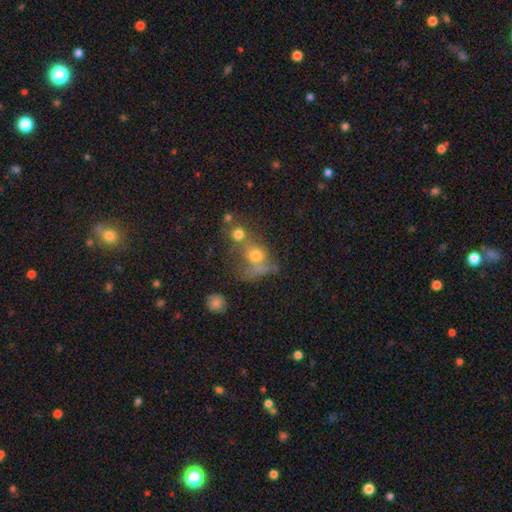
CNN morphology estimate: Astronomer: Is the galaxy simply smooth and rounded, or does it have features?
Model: smooth — 60%.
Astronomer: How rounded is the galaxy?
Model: round — 67%.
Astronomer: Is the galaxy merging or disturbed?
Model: merger — 49% (runner-up: none, 28%).